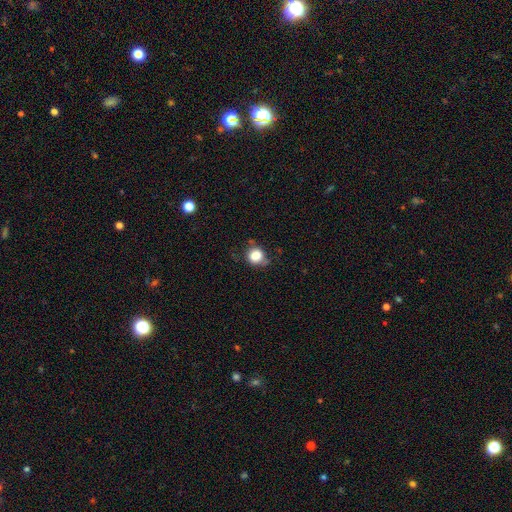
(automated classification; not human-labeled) smooth_or_featured: smooth (p=0.83) [alt: star or artifact p=0.10]
how_rounded: round (p=0.80) [alt: in between p=0.19]
merging: none (p=0.62) [alt: minor disturbance p=0.26]